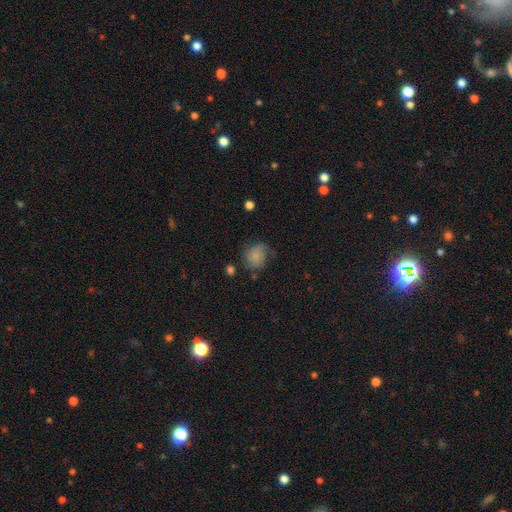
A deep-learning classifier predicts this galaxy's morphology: Overall: smooth (74%). How rounded: round (68%; in between 31%). Merging: none (58%; minor disturbance 27%).